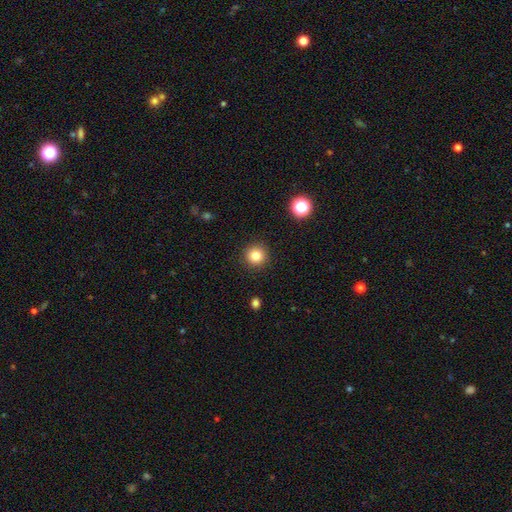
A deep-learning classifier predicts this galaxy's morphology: type=smooth (82%); roundness=round (94%); merging=none (91%).